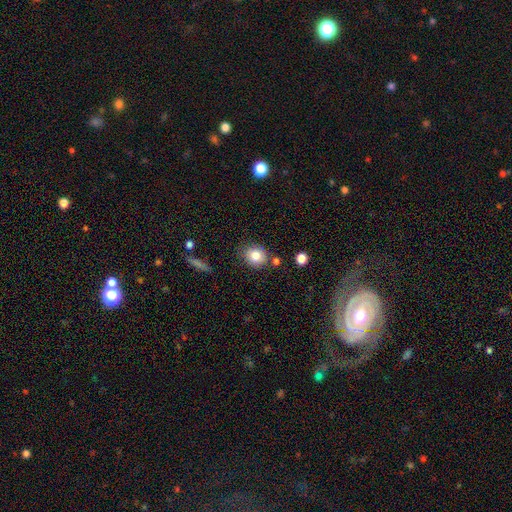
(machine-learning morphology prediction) Q: Smooth or featured?
A: smooth (81%); runner-up: star or artifact (10%)
Q: How rounded?
A: round (68%); runner-up: in between (31%)
Q: Merging?
A: none (76%); runner-up: minor disturbance (14%)